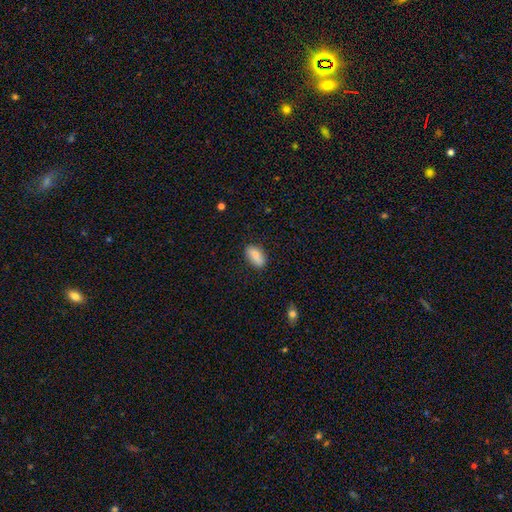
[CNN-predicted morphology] This is clearly a smooth galaxy (84%). How rounded: clearly in between (88%). Merging: clearly none (84%).